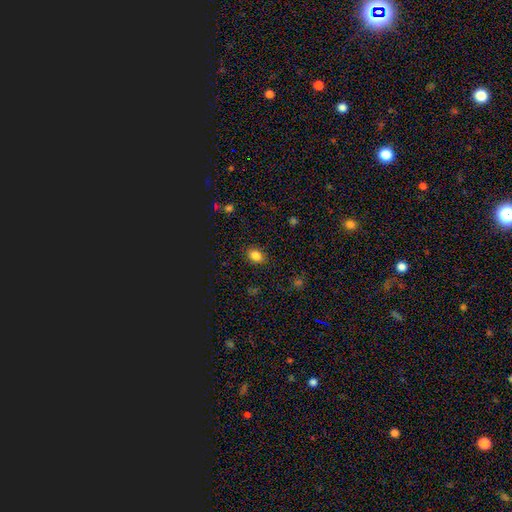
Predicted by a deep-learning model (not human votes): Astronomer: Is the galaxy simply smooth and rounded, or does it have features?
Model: smooth — 83%.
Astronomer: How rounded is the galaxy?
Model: in between — 71%.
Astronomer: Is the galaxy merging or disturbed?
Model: none — 87%.